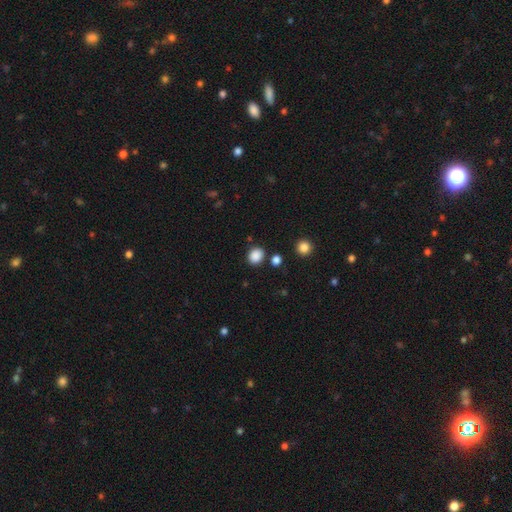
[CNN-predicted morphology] Smooth or featured?
  - smooth: 87% *
  - star or artifact: 10%
  - featured or disk: 3%
How rounded?
  - round: 67% *
  - in between: 32%
  - cigar-shaped: 1%
Merging?
  - none: 83% *
  - minor disturbance: 9%
  - merger: 5%
  - major disturbance: 3%